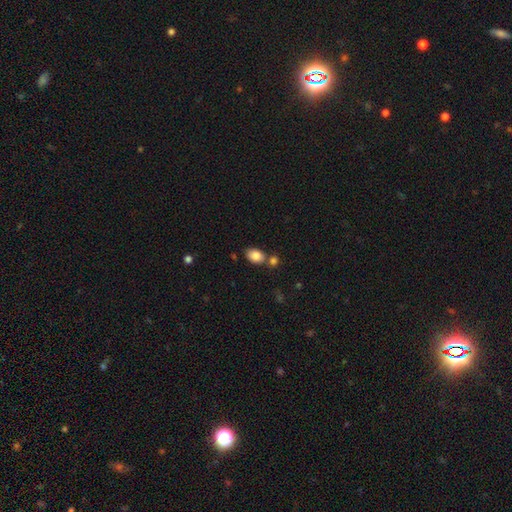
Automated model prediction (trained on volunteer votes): The model was most divided on "merging": none: 63%, merger: 23%, minor disturbance: 12%, major disturbance: 3%. More confident: smooth or featured — smooth (85%); how rounded — in between (83%).